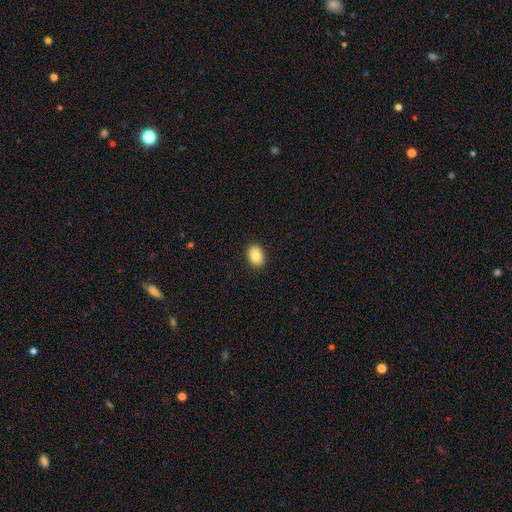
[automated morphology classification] The model was most divided on "how rounded": in between: 81%, round: 18%, cigar-shaped: 1%. More confident: merging — none (90%); smooth or featured — smooth (84%).